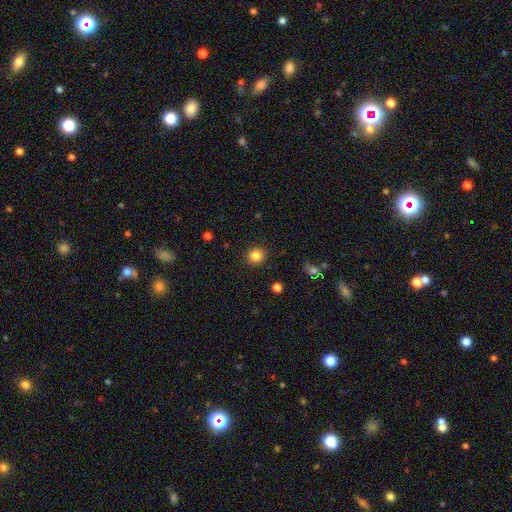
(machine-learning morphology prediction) Smooth or featured?
  - smooth: 84% *
  - star or artifact: 11%
  - featured or disk: 4%
How rounded?
  - round: 89% *
  - in between: 10%
  - cigar-shaped: 1%
Merging?
  - none: 91% *
  - minor disturbance: 6%
  - major disturbance: 2%
  - merger: 1%